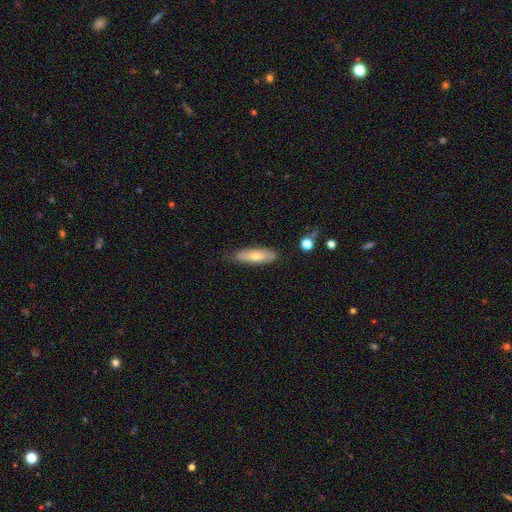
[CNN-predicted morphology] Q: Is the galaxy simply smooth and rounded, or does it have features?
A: smooth — 64%.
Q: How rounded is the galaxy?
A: cigar-shaped — 54%.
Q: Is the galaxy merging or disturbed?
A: none — 77%.